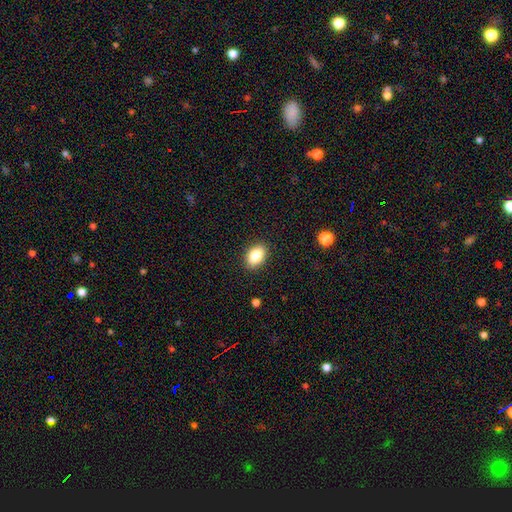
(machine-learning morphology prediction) Smooth or featured: smooth — 83% (star or artifact — 9%)
How rounded: in between — 84% (round — 15%)
Merging: none — 89% (minor disturbance — 8%)